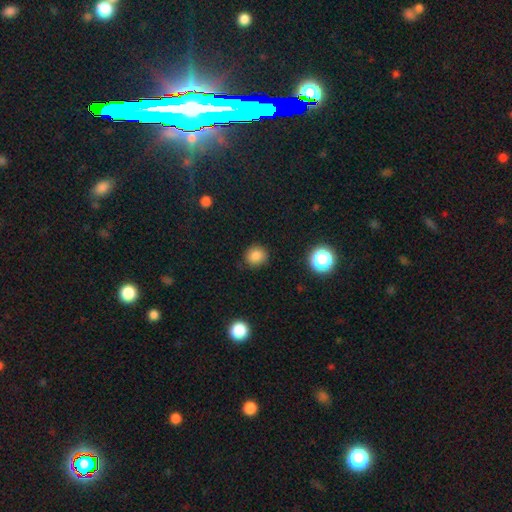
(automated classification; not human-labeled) A smooth galaxy with no disk features (83%) that is round (86%). Merging: none (86%).